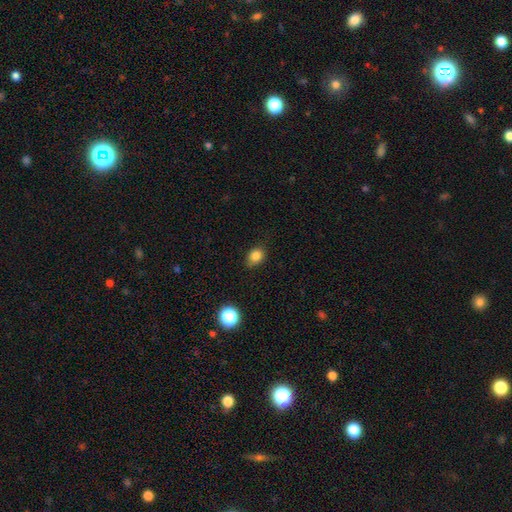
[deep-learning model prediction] A smooth galaxy with no disk features (83%) that is in between round and cigar-shaped (53%). Merging: none (75%).